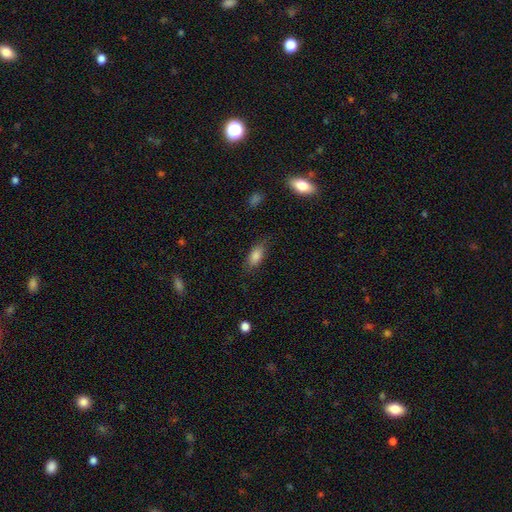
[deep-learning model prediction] Smooth or featured?
  - smooth: 82% *
  - featured or disk: 10%
  - star or artifact: 8%
How rounded?
  - in between: 83% *
  - cigar-shaped: 13%
  - round: 4%
Merging?
  - none: 73% *
  - minor disturbance: 20%
  - major disturbance: 6%
  - merger: 2%